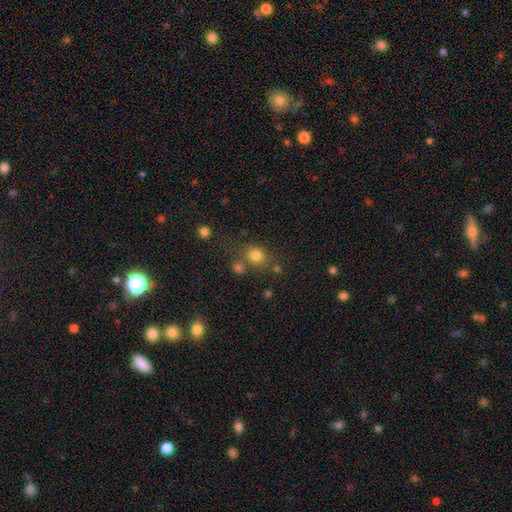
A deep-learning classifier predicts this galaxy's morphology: The model was most divided on "how rounded": round: 73%, in between: 26%, cigar-shaped: 1%. More confident: smooth or featured — smooth (78%); merging — none (65%).